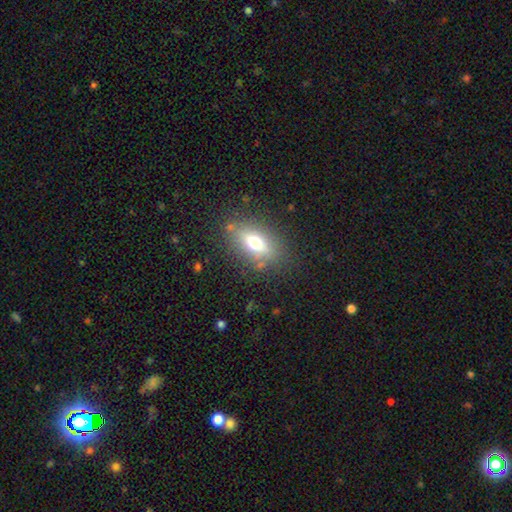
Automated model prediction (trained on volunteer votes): Overall: smooth (60%; featured or disk 24%). How rounded: in between (79%). Merging: none (87%).